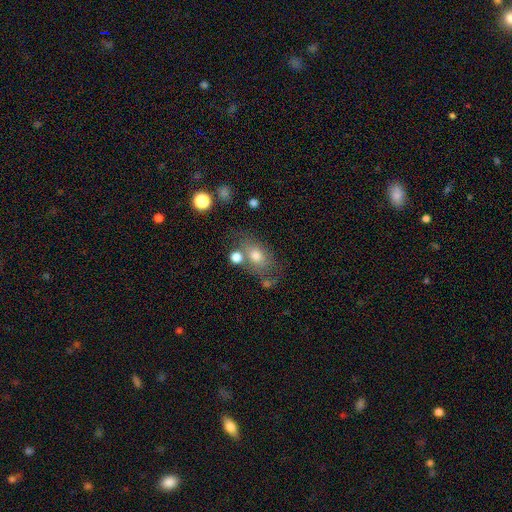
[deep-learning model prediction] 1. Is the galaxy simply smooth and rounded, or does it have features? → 69% smooth, 20% featured or disk, 11% star or artifact.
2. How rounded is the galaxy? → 73% in between, 24% round, 2% cigar-shaped.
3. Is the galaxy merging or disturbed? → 53% none, 19% minor disturbance, 18% merger, 10% major disturbance.